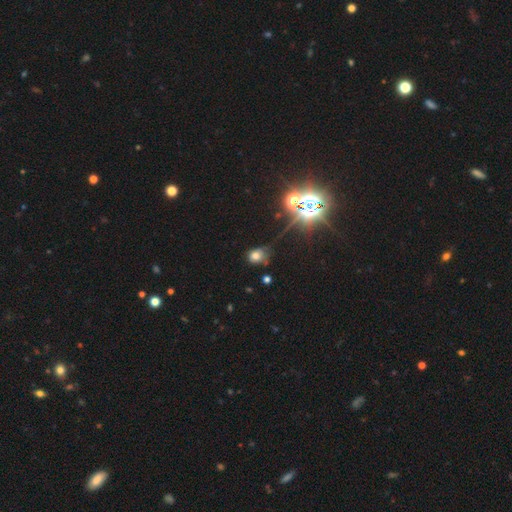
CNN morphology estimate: smooth 63%, star or artifact 26%, featured or disk 11%. Down the decision tree: how rounded — round (55%); merging — none (53%).